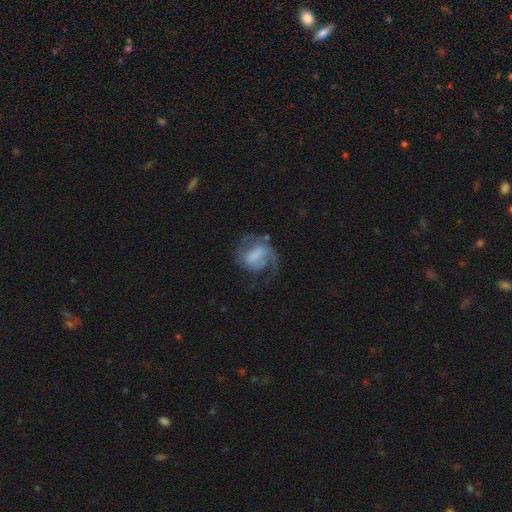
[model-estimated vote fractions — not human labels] A featured or disk galaxy (69%) with a weak bar (44%), 2 (46%) medium (45%) spiral arms (87%) and no central bulge (40%).

Vote fractions:
- Smooth or featured? featured or disk: 69% / smooth: 23% / star or artifact: 8%
- Edge-on disk? no: 98% / yes: 2%
- Bar? weak: 44% / no: 31% / strong: 25%
- Spiral arms? yes: 87% / no: 13%
- Spiral winding? medium: 45% / loose: 33% / tight: 22%
- Spiral arm count? 2: 46% / 1: 40% / can't tell: 9% / 3: 3% / 4: 1% / more than 4: 1%
- Bulge size? none: 40% / moderate: 19% / small: 19% / large: 18% / dominant: 4%
- Merging? none: 43% / major disturbance: 35% / minor disturbance: 19% / merger: 3%